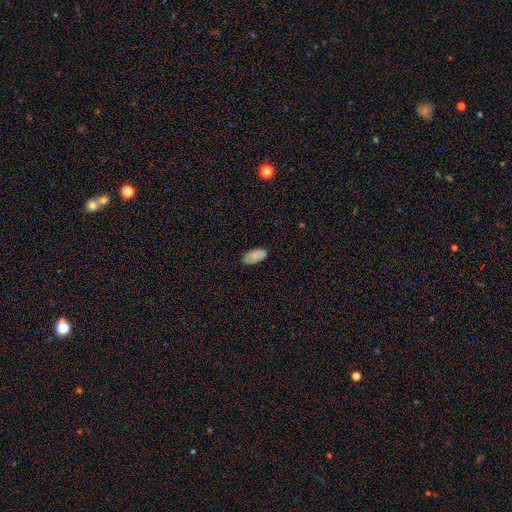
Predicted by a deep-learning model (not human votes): smooth-or-featured: smooth: 84% | featured or disk: 8% | star or artifact: 8%
  how-rounded: in between: 95% | cigar-shaped: 3% | round: 2%
  merging: none: 77% | minor disturbance: 18% | major disturbance: 3% | merger: 1%